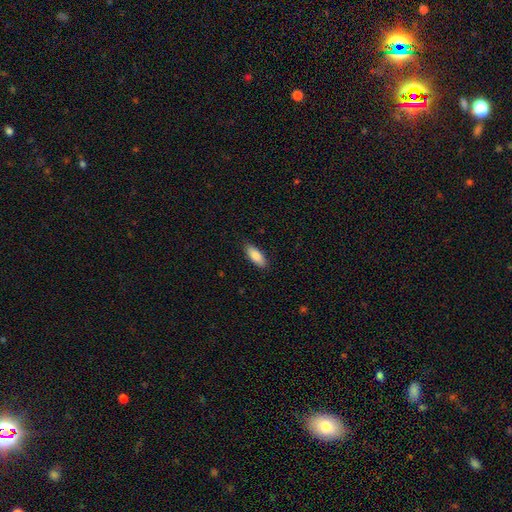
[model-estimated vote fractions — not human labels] smooth-or-featured: smooth: 86% | featured or disk: 8% | star or artifact: 6%
  how-rounded: in between: 74% | cigar-shaped: 24% | round: 2%
  merging: none: 88% | minor disturbance: 9% | major disturbance: 2% | merger: 1%